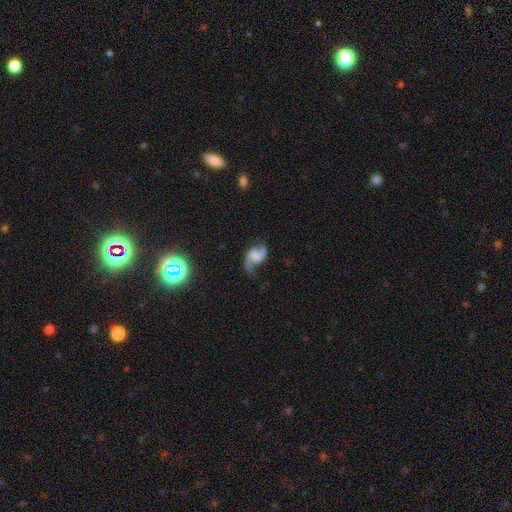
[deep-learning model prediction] Smooth or featured?
  - featured or disk: 83% *
  - smooth: 10%
  - star or artifact: 8%
Edge-on disk?
  - no: 98% *
  - yes: 2%
Bar?
  - no: 43% *
  - weak: 41%
  - strong: 15%
Spiral arms?
  - yes: 95% *
  - no: 5%
Spiral winding?
  - loose: 66% *
  - medium: 28%
  - tight: 6%
Spiral arm count?
  - 2: 89% *
  - 1: 6%
  - can't tell: 2%
  - 3: 1%
  - 4: 1%
  - more than 4: 1%
Bulge size?
  - none: 59% *
  - small: 17%
  - moderate: 13%
  - large: 9%
  - dominant: 2%
Merging?
  - none: 61% *
  - minor disturbance: 20%
  - major disturbance: 15%
  - merger: 3%